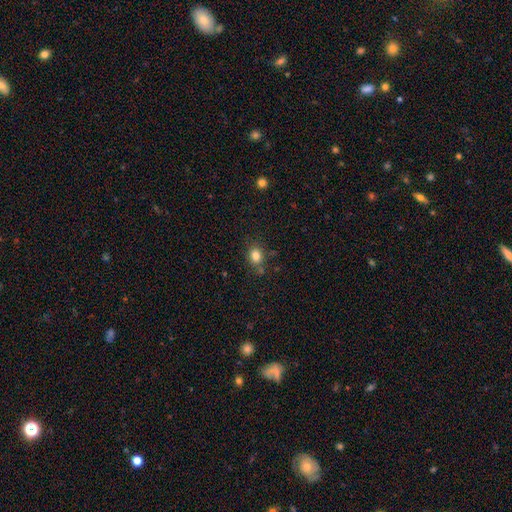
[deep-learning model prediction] A smooth galaxy with no disk features (81%) that is round (56%).

Vote fractions:
- Smooth or featured? smooth: 81% / star or artifact: 12% / featured or disk: 7%
- How rounded? round: 56% / in between: 43% / cigar-shaped: 1%
- Merging? none: 75% / minor disturbance: 14% / merger: 8% / major disturbance: 4%